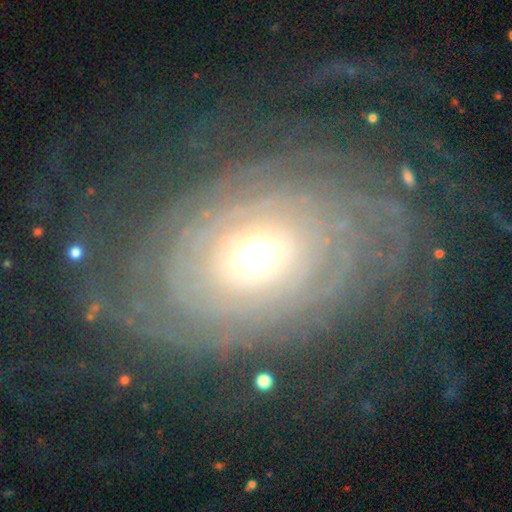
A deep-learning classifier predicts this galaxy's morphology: featured or disk 73%, smooth 18%, star or artifact 8%. Down the decision tree: edge-on disk — no (95%); bar — no (77%); spiral arms — yes (74%); spiral arm count — can't tell (50%); spiral winding — tight (73%); bulge size — moderate (59%); merging — none (69%).